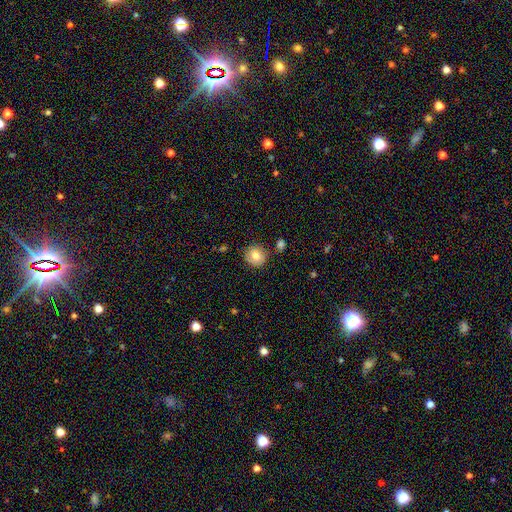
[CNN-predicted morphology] This is likely a smooth galaxy (79%). How rounded: clearly round (88%). Merging: clearly none (81%).